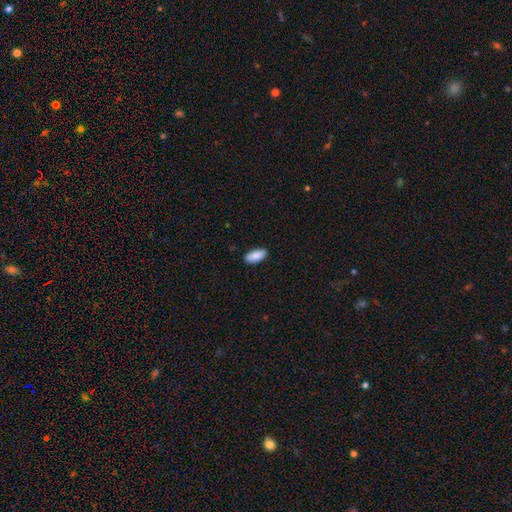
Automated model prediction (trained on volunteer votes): smooth-or-featured: smooth: 88% | featured or disk: 7% | star or artifact: 6%
  how-rounded: in between: 88% | cigar-shaped: 10% | round: 2%
  merging: none: 88% | minor disturbance: 9% | major disturbance: 2% | merger: 1%